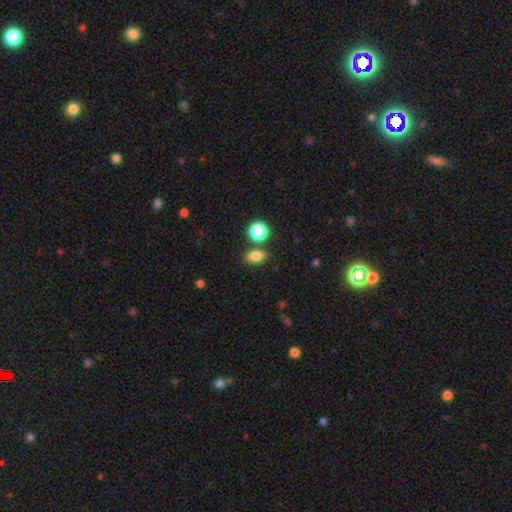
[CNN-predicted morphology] smooth_or_featured: smooth (p=0.82) [alt: star or artifact p=0.13]
how_rounded: in between (p=0.73) [alt: round p=0.25]
merging: none (p=0.73) [alt: merger p=0.12]